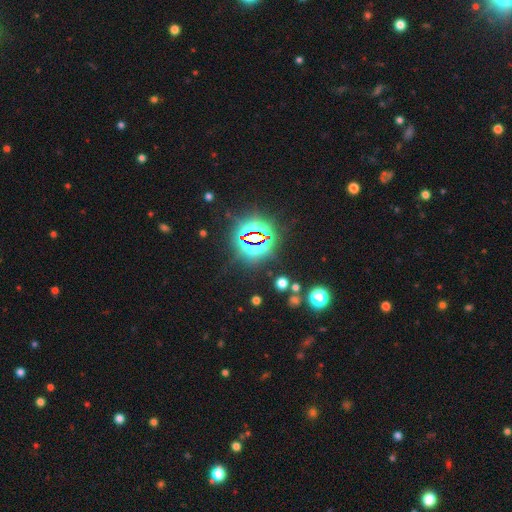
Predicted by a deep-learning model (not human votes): Smooth or featured: star or artifact — 84% (smooth — 10%)